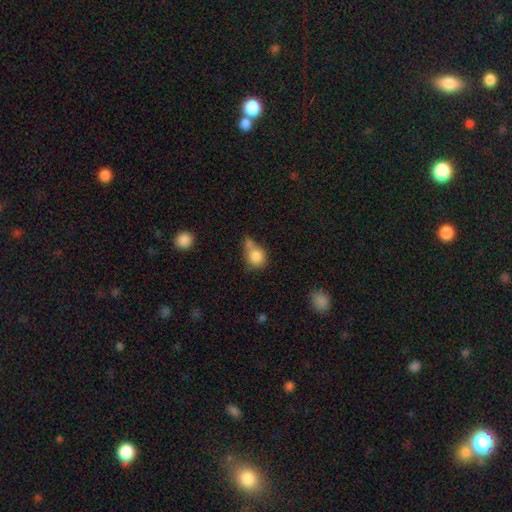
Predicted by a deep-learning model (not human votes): smooth_or_featured: smooth (p=0.82) [alt: featured or disk p=0.09]
how_rounded: round (p=0.75) [alt: in between p=0.24]
merging: merger (p=0.39) [alt: none p=0.35]